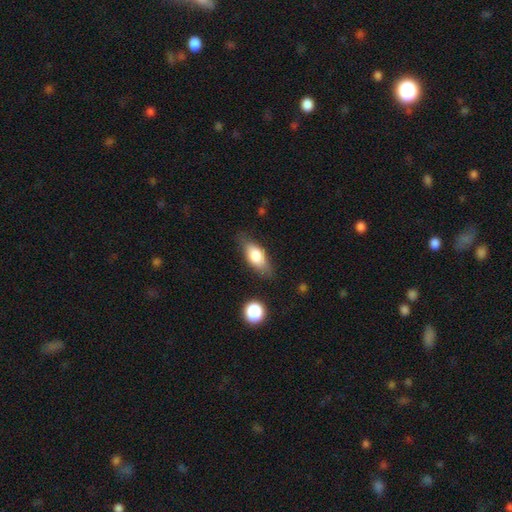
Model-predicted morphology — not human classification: The model was most divided on "smooth or featured": smooth: 71%, featured or disk: 22%, star or artifact: 7%. More confident: how rounded — in between (78%); merging — none (75%).